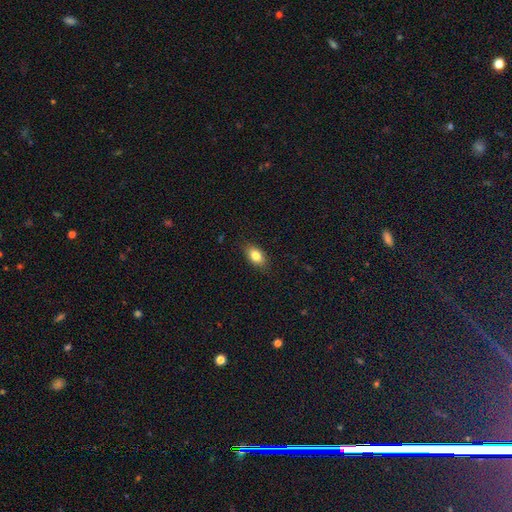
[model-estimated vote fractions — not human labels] This is clearly a smooth galaxy (81%). How rounded: clearly in between (88%). Merging: clearly none (85%).